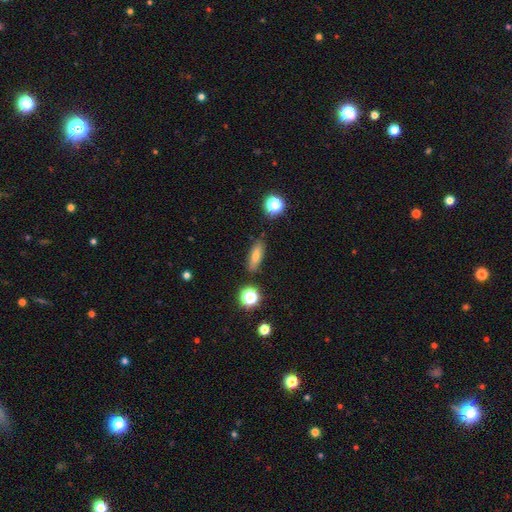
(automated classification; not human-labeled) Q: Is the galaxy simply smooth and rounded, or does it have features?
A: smooth — 71%.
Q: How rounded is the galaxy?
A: in between — 55%.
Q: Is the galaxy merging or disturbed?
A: none — 84%.